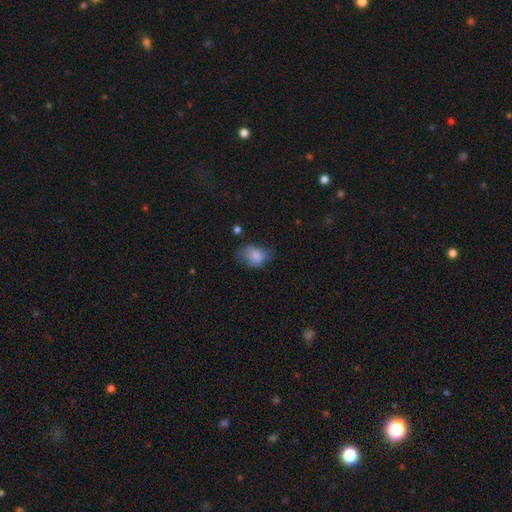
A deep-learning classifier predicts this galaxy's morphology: This appears to be a smooth galaxy with no disk features (79%) that is in between round and cigar-shaped (72%). Merging: none (45%).